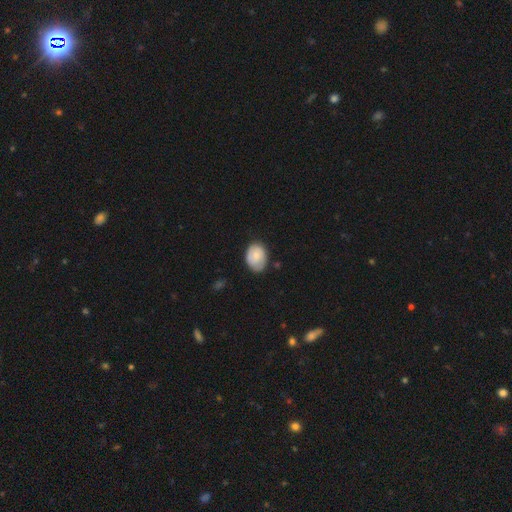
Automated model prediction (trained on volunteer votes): A smooth galaxy with no disk features (69%) that is in between round and cigar-shaped (67%).

Vote fractions:
- Smooth or featured? smooth: 69% / featured or disk: 25% / star or artifact: 7%
- How rounded? in between: 67% / round: 32% / cigar-shaped: 1%
- Merging? none: 70% / minor disturbance: 24% / major disturbance: 4% / merger: 2%